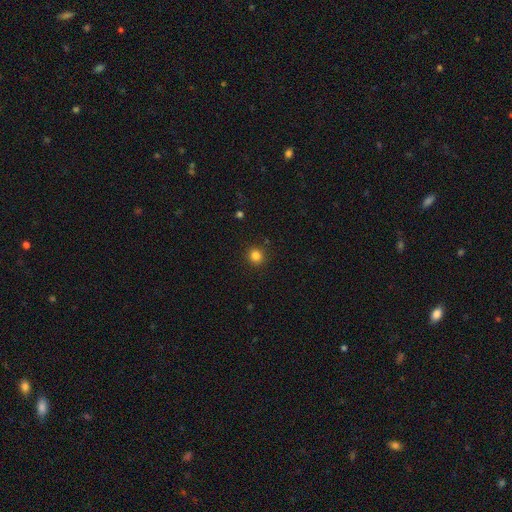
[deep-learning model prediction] Smooth or featured? Predicted: smooth (p=0.83). How rounded? Predicted: round (p=0.92). Merging? Predicted: none (p=0.90).